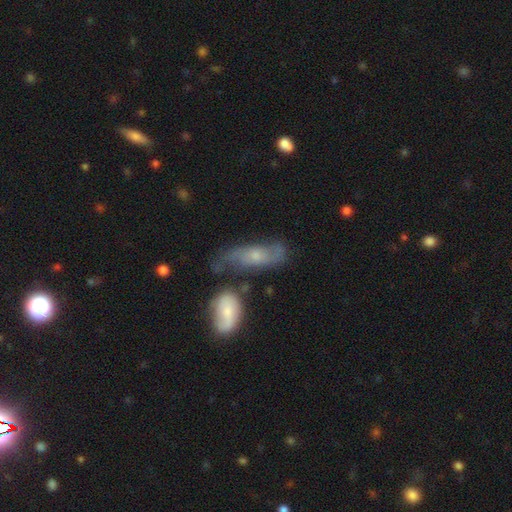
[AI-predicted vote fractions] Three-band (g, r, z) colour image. It shows a featured or disk galaxy (63%) with no bar (68%), spiral arms (82%) and a small central bulge (52%). Merging: none (48%).